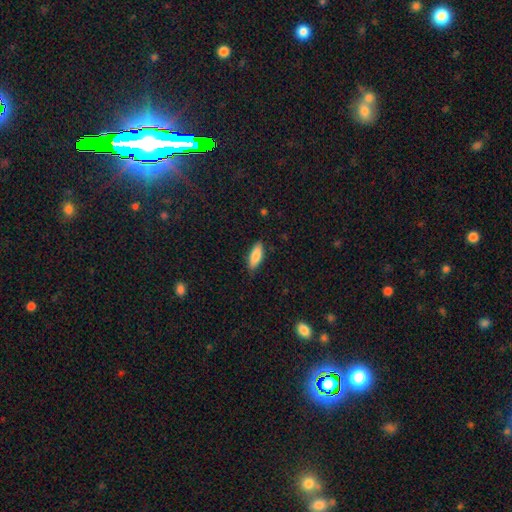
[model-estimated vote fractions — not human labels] Smooth or featured? smooth (84%)
How rounded? in between (71%)
Merging? none (84%)